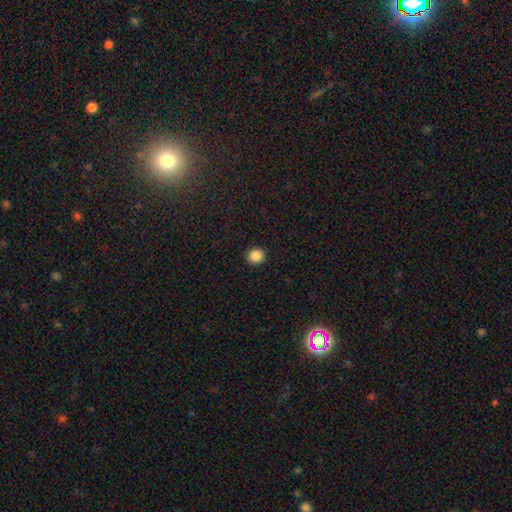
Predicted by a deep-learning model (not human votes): smooth_or_featured: smooth (p=0.87) [alt: star or artifact p=0.10]
how_rounded: round (p=0.91) [alt: in between p=0.08]
merging: none (p=0.93) [alt: minor disturbance p=0.04]